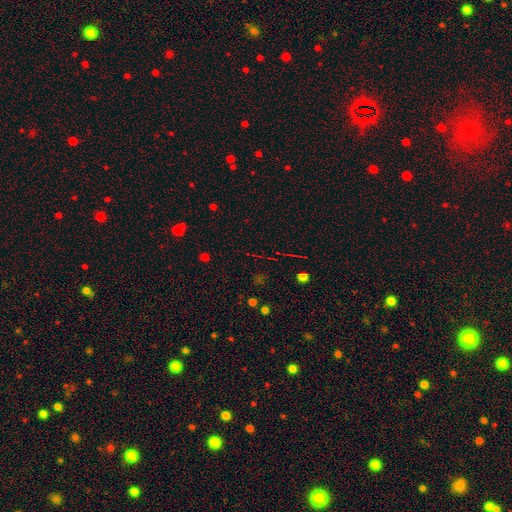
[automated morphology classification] Smooth or featured?
  - star or artifact: 65% *
  - smooth: 25%
  - featured or disk: 10%